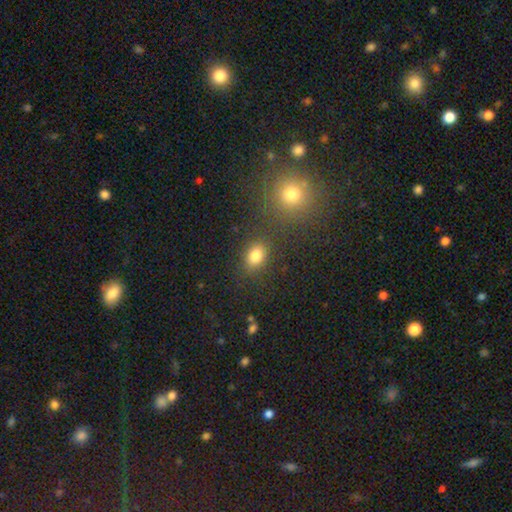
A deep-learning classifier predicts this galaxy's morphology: This is likely a smooth galaxy (80%). How rounded: likely in between (66%). Merging: clearly none (80%).